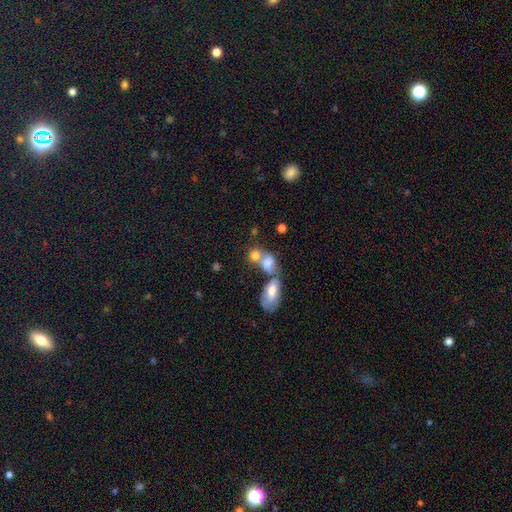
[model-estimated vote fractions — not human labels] The model was most divided on "smooth or featured": smooth: 52%, featured or disk: 28%, star or artifact: 20%. More confident: how rounded — in between (61%); merging — merger (58%).